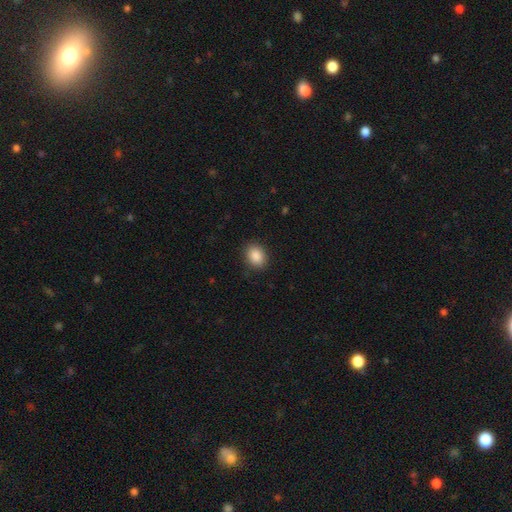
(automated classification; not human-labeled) Smooth or featured? smooth (88%)
How rounded? in between (52%)
Merging? none (88%)